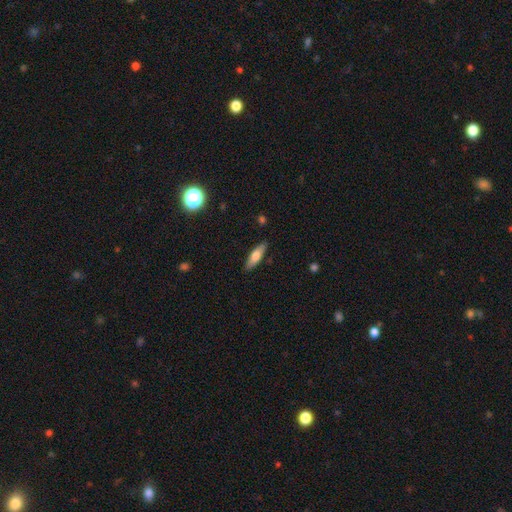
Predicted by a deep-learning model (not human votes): Smooth or featured? smooth (65%)
How rounded? cigar-shaped (60%)
Merging? none (88%)